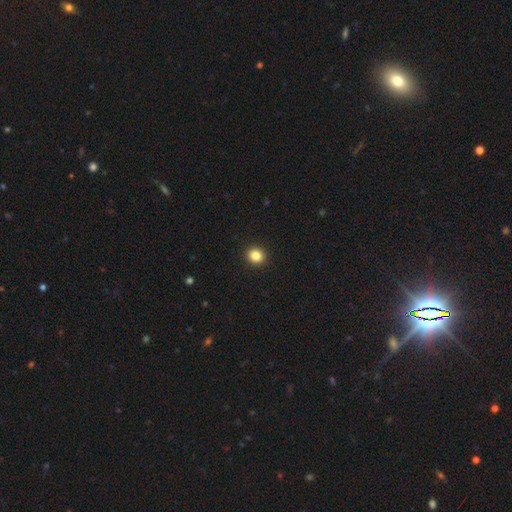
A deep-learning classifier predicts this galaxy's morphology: This appears to be a smooth galaxy with no disk features (85%) that is round (80%). Merging: none (93%).